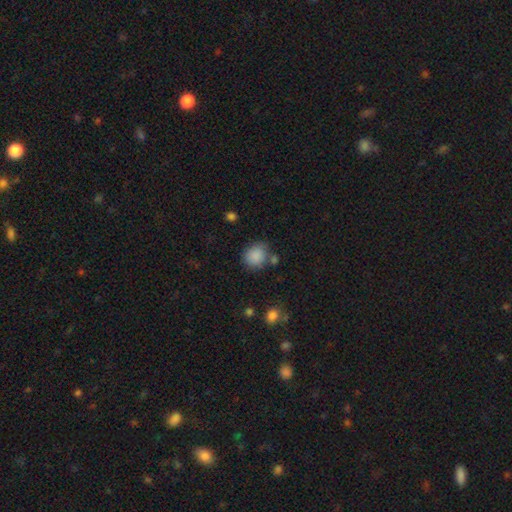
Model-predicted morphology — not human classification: A smooth galaxy with no disk features (87%) that is round (69%).

Vote fractions:
- Smooth or featured? smooth: 87% / star or artifact: 9% / featured or disk: 4%
- How rounded? round: 69% / in between: 30% / cigar-shaped: 1%
- Merging? none: 72% / minor disturbance: 16% / merger: 7% / major disturbance: 5%